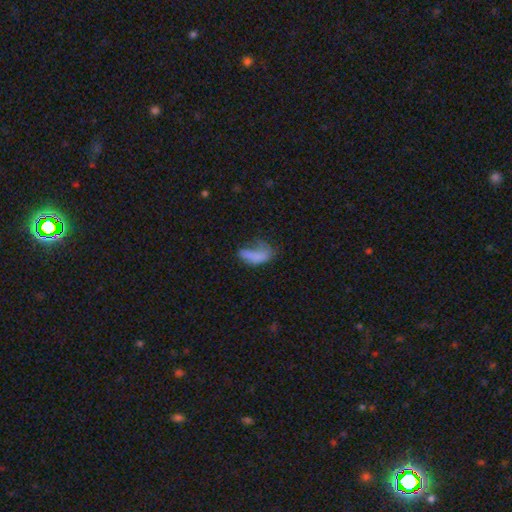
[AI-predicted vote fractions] This is likely a smooth galaxy (68%). How rounded: likely in between (80%). Merging: possibly major disturbance (45%).